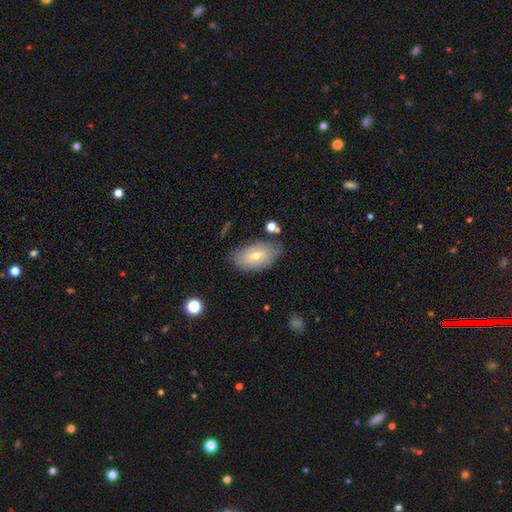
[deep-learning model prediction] Smooth or featured? Predicted: smooth (p=0.59). How rounded? Predicted: in between (p=0.92). Merging? Predicted: none (p=0.73).